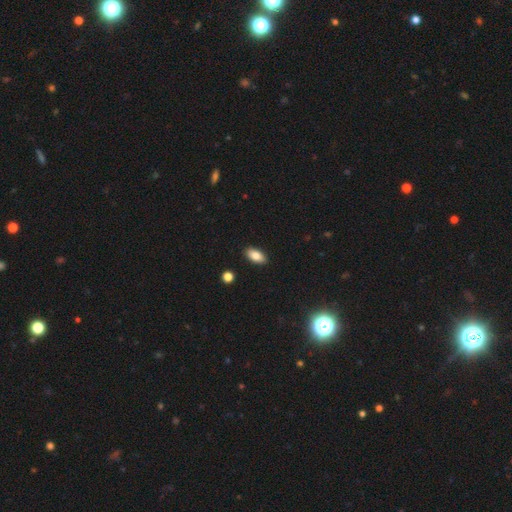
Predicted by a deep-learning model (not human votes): Morphology: type=smooth (83%); roundness=in between (91%); merging=none (89%).